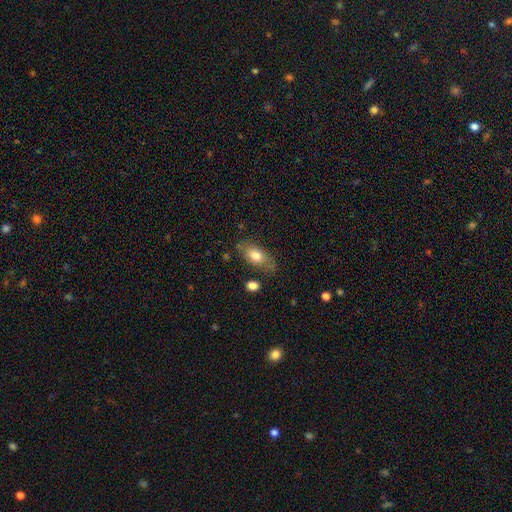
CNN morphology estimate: Q: Smooth or featured?
A: smooth (75%); runner-up: featured or disk (18%)
Q: How rounded?
A: in between (86%); runner-up: cigar-shaped (9%)
Q: Merging?
A: none (68%); runner-up: minor disturbance (21%)